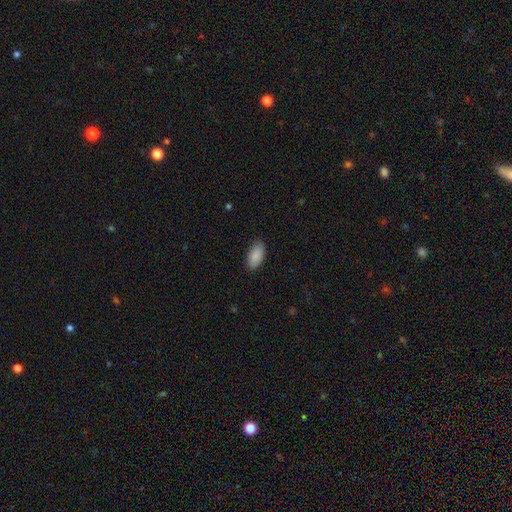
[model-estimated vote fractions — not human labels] The model was most divided on "merging": none: 87%, minor disturbance: 10%, major disturbance: 2%, merger: 1%. More confident: how rounded — in between (94%); smooth or featured — smooth (90%).